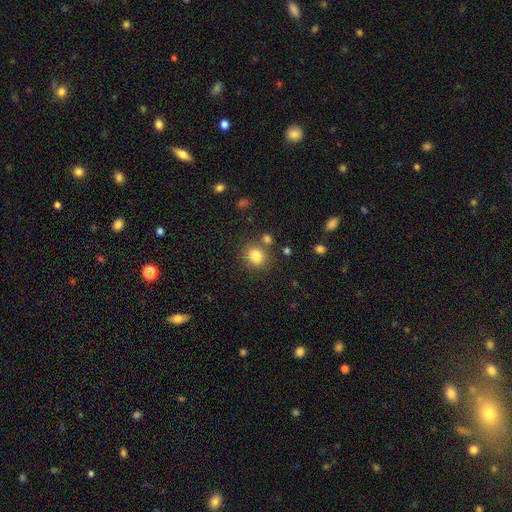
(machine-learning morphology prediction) Overall: smooth (83%). How rounded: round (77%). Merging: none (74%).